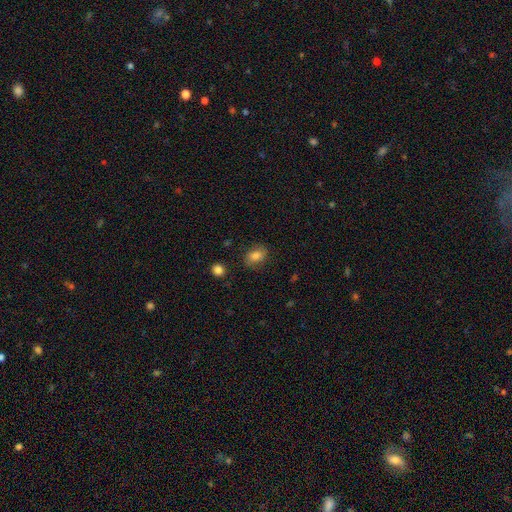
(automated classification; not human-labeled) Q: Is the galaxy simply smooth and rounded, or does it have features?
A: smooth — 79%.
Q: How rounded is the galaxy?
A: in between — 70%.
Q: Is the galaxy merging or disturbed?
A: none — 78%.